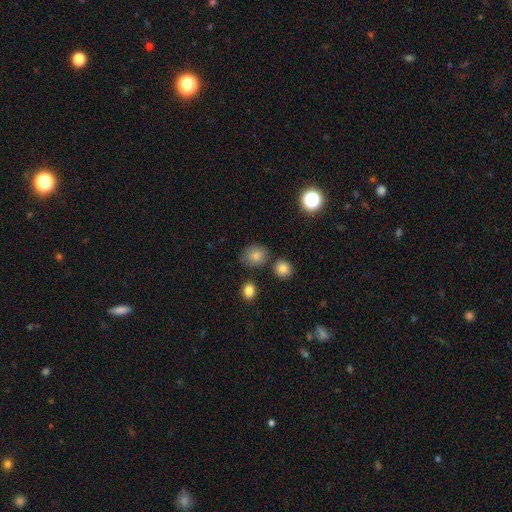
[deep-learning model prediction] Smooth or featured? smooth (82%)
How rounded? round (67%)
Merging? none (75%)